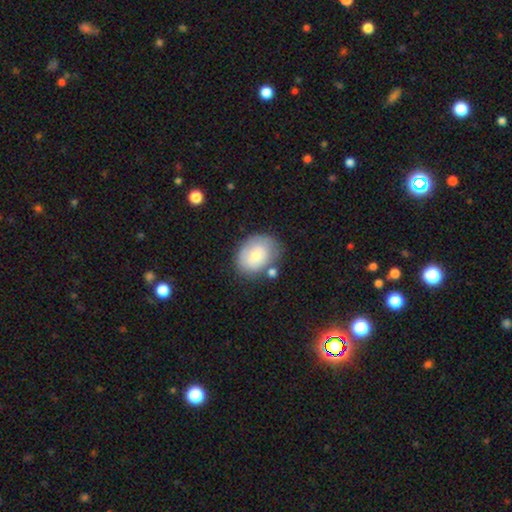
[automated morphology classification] smooth 70%, featured or disk 23%, star or artifact 7%. Down the decision tree: how rounded — in between (64%); merging — none (62%).